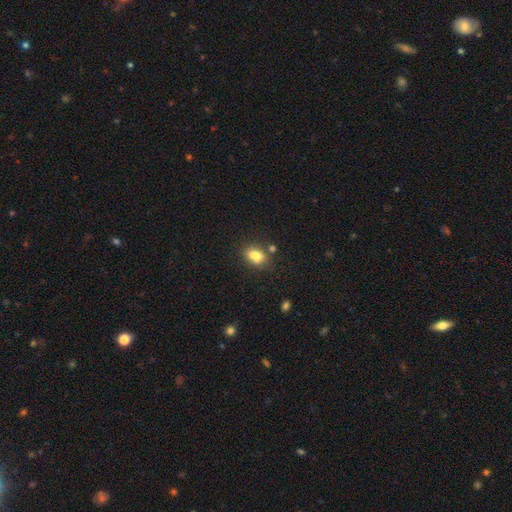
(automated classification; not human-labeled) Smooth or featured?
  - smooth: 81% *
  - featured or disk: 10%
  - star or artifact: 9%
How rounded?
  - in between: 82% *
  - round: 15%
  - cigar-shaped: 3%
Merging?
  - none: 71% *
  - minor disturbance: 15%
  - merger: 10%
  - major disturbance: 4%